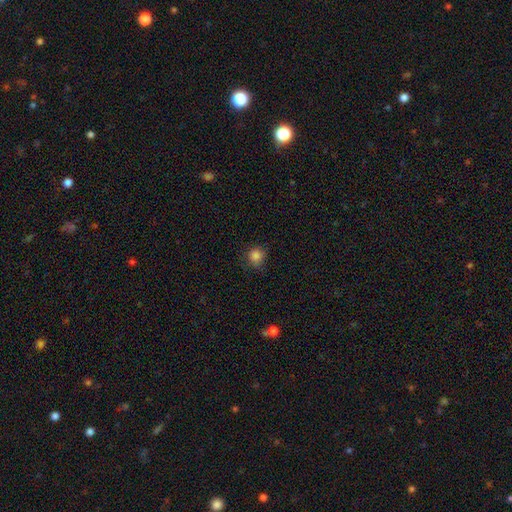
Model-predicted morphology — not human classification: The model was most divided on "merging": none: 78%, minor disturbance: 17%, major disturbance: 4%, merger: 1%. More confident: how rounded — round (88%); smooth or featured — smooth (84%).